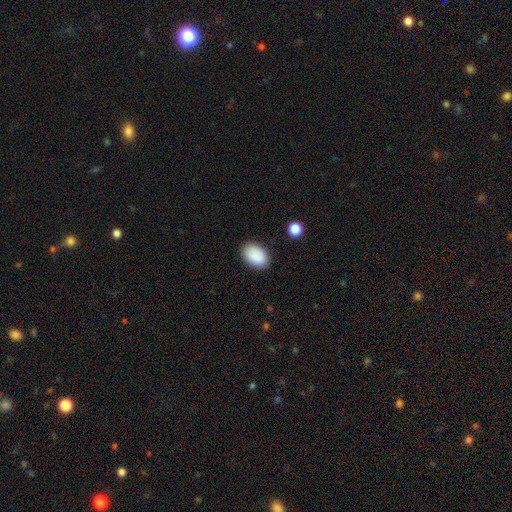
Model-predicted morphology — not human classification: Smooth or featured? Predicted: smooth (p=0.90). How rounded? Predicted: in between (p=0.89). Merging? Predicted: none (p=0.87).